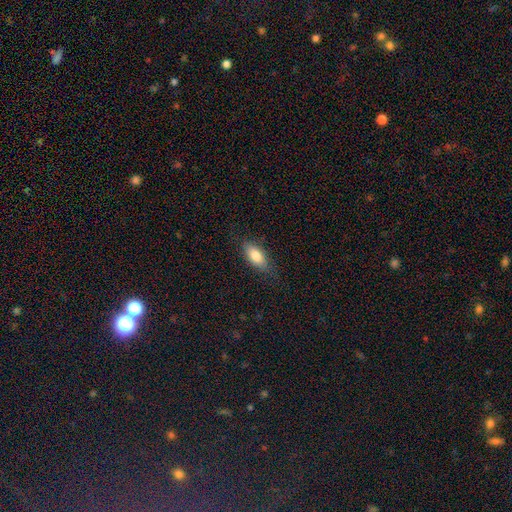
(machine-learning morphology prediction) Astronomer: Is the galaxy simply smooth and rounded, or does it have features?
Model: smooth — 82%.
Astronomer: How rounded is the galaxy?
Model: in between — 87%.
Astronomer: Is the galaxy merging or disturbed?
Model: none — 78%.